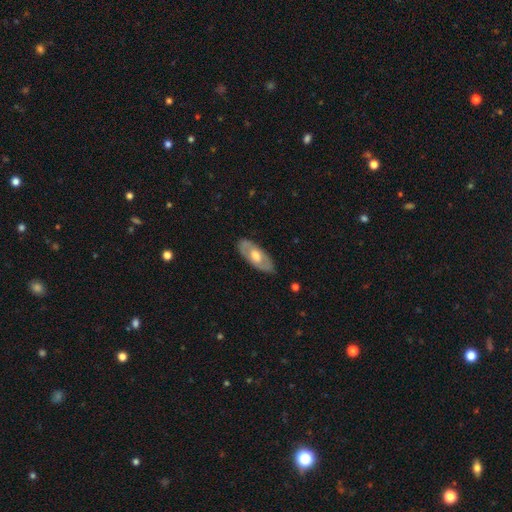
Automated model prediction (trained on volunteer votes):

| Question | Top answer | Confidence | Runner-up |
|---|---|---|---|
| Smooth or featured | featured or disk | 55% | smooth (41%) |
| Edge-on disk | no | 80% | yes (20%) |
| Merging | none | 82% | minor disturbance (14%) |